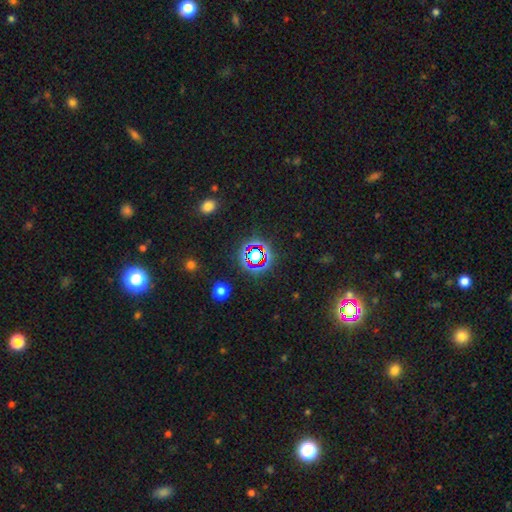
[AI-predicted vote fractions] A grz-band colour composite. It shows a star or artifact, not a galaxy (70%).